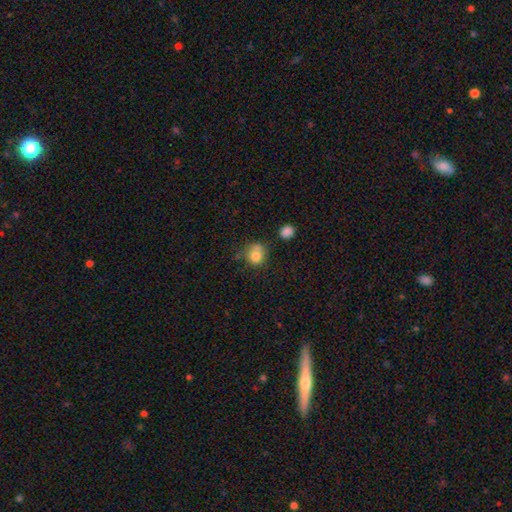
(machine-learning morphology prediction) type=smooth (79%); roundness=round (82%); merging=none (53%).